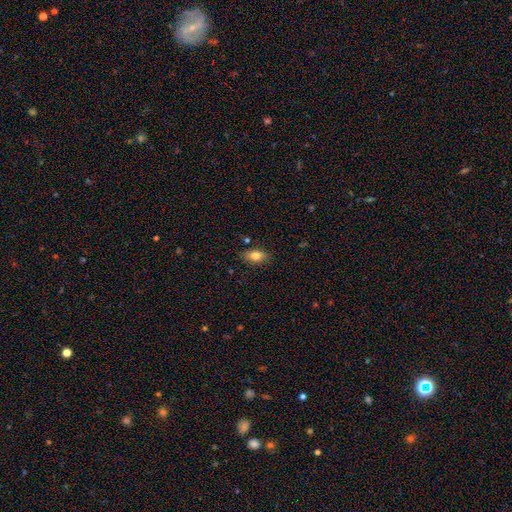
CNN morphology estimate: type=smooth (75%); roundness=in between (84%); merging=none (84%).